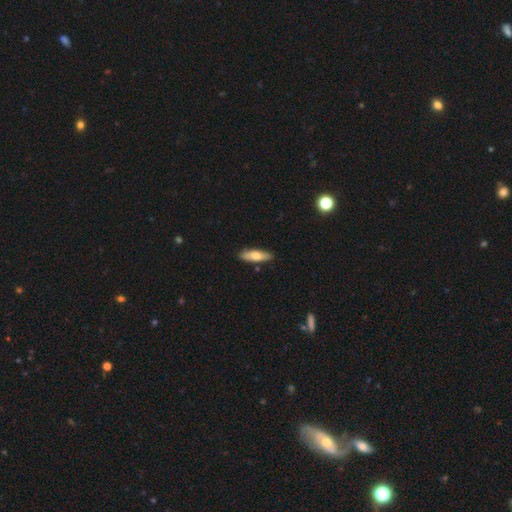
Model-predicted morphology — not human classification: smooth 68%, featured or disk 26%, star or artifact 6%. Down the decision tree: how rounded — cigar-shaped (51%); merging — none (85%).